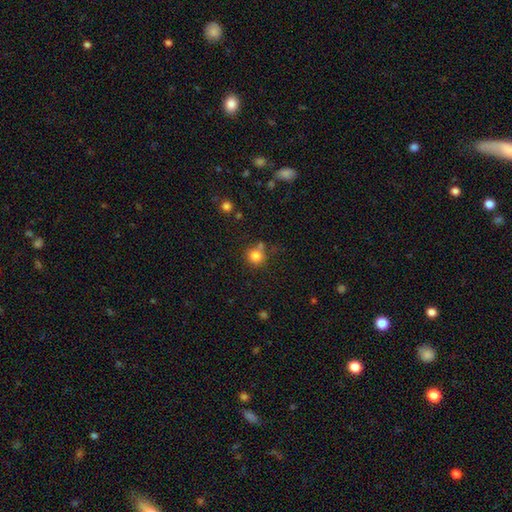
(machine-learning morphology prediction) Smooth or featured?
  - smooth: 81% *
  - star or artifact: 12%
  - featured or disk: 7%
How rounded?
  - round: 89% *
  - in between: 10%
  - cigar-shaped: 1%
Merging?
  - none: 65% *
  - merger: 15%
  - minor disturbance: 15%
  - major disturbance: 5%